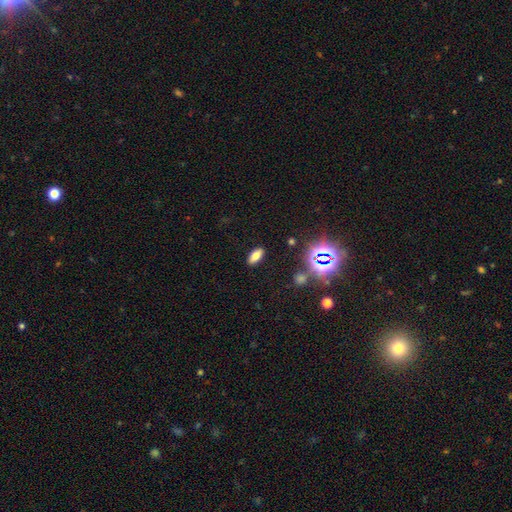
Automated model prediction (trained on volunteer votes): smooth 70%, star or artifact 17%, featured or disk 13%. Down the decision tree: how rounded — in between (85%); merging — none (89%).